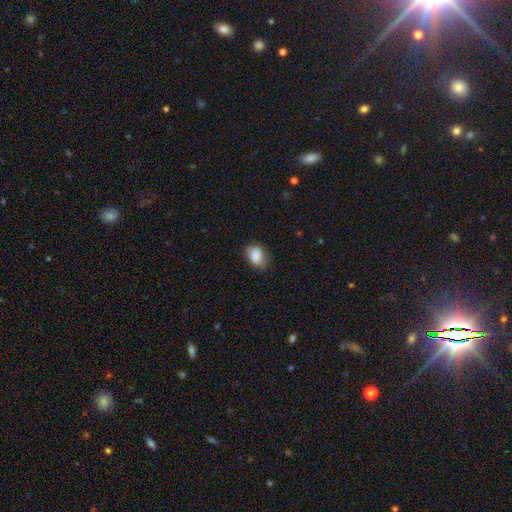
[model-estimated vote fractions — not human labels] Smooth or featured?
  - smooth: 87% *
  - star or artifact: 8%
  - featured or disk: 5%
How rounded?
  - in between: 73% *
  - round: 26%
  - cigar-shaped: 1%
Merging?
  - none: 66% *
  - minor disturbance: 27%
  - major disturbance: 6%
  - merger: 1%